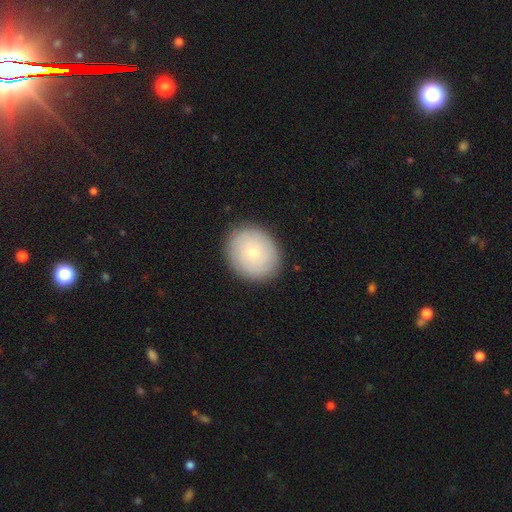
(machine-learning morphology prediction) Smooth or featured? smooth (67%)
How rounded? round (70%)
Merging? none (90%)